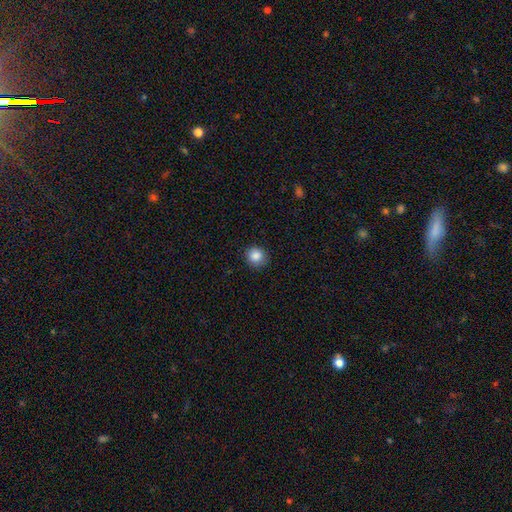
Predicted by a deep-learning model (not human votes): Smooth or featured?
  - smooth: 86% *
  - star or artifact: 10%
  - featured or disk: 4%
How rounded?
  - round: 88% *
  - in between: 11%
  - cigar-shaped: 1%
Merging?
  - none: 87% *
  - minor disturbance: 10%
  - major disturbance: 2%
  - merger: 1%